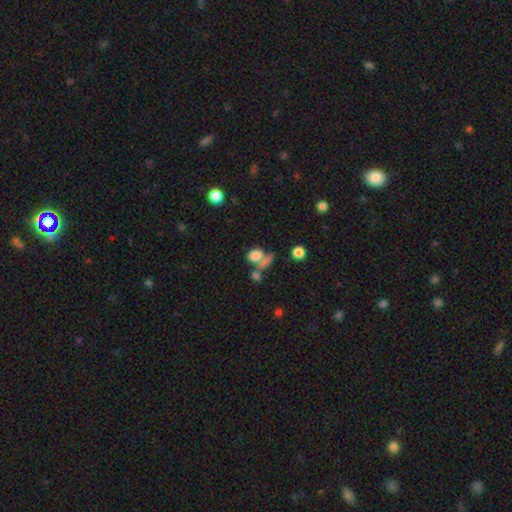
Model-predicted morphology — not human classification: Smooth or featured?
  - smooth: 77% *
  - star or artifact: 12%
  - featured or disk: 12%
How rounded?
  - in between: 69% *
  - round: 27%
  - cigar-shaped: 4%
Merging?
  - merger: 43% *
  - none: 36%
  - minor disturbance: 11%
  - major disturbance: 10%